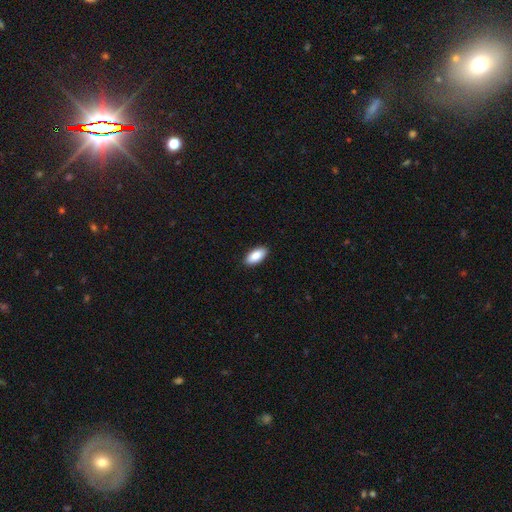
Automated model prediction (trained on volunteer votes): smooth 88%, star or artifact 6%, featured or disk 5%. Down the decision tree: how rounded — in between (91%); merging — none (90%).